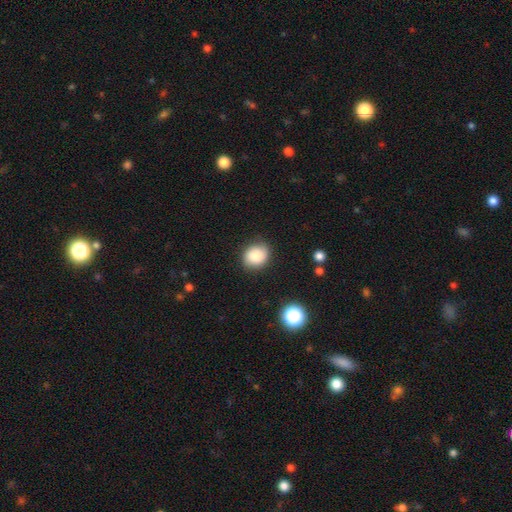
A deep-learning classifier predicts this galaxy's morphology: Smooth or featured: smooth — 85% (star or artifact — 9%)
How rounded: round — 65% (in between — 34%)
Merging: none — 84% (minor disturbance — 12%)